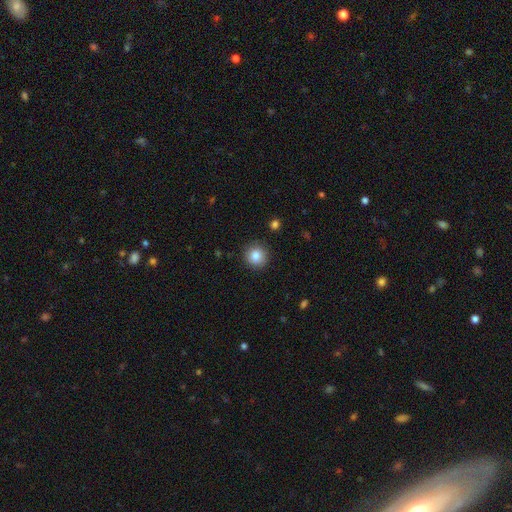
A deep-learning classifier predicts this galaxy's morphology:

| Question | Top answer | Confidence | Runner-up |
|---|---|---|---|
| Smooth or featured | smooth | 84% | star or artifact (9%) |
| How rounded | round | 92% | in between (7%) |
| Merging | none | 90% | minor disturbance (7%) |